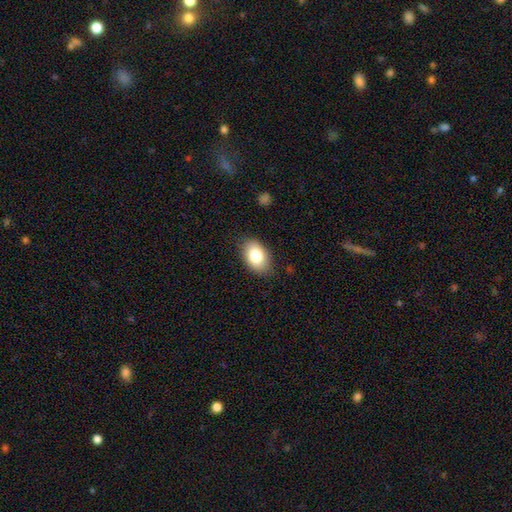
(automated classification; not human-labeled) The model was most divided on "merging": none: 84%, minor disturbance: 13%, major disturbance: 3%, merger: 1%. More confident: how rounded — in between (89%); smooth or featured — smooth (82%).